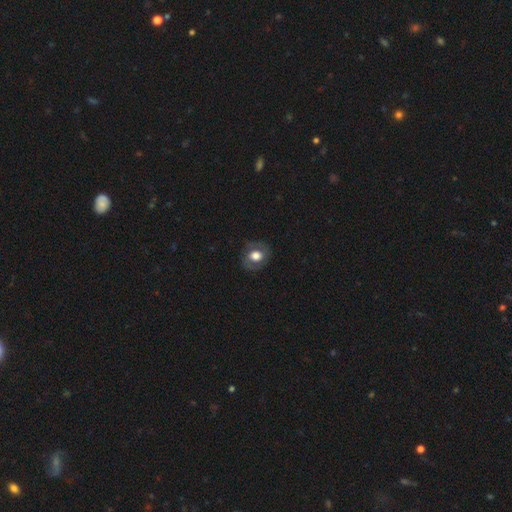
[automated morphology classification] The model was most divided on "smooth or featured": smooth: 54%, featured or disk: 39%, star or artifact: 8%. More confident: merging — none (81%); how rounded — round (59%).